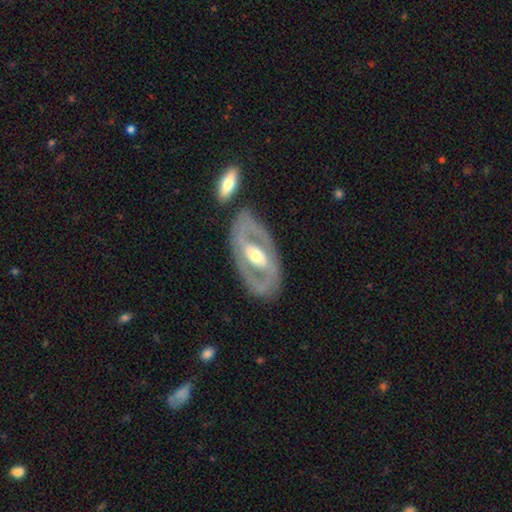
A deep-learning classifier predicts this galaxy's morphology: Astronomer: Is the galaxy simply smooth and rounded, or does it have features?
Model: featured or disk — 79%.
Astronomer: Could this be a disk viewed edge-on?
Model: no — 92%.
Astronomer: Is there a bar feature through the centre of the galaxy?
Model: strong — 36% (runner-up: weak, 32%).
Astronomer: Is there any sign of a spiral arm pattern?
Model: yes — 54% (runner-up: no, 46%).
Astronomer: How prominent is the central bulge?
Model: moderate — 68%.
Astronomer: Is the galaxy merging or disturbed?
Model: none — 78%.